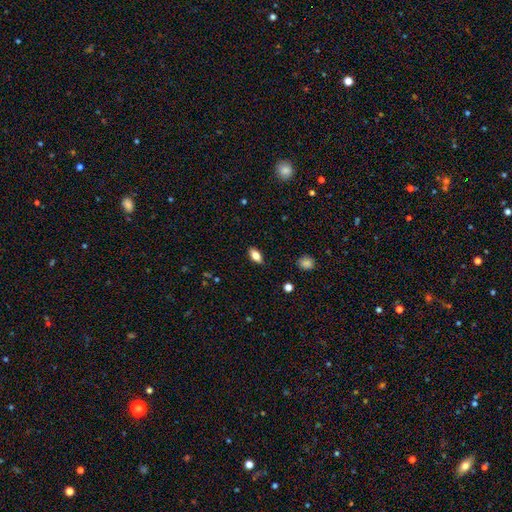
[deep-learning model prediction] Q: Smooth or featured?
A: smooth (77%); runner-up: featured or disk (14%)
Q: How rounded?
A: in between (87%); runner-up: cigar-shaped (8%)
Q: Merging?
A: none (87%); runner-up: minor disturbance (9%)